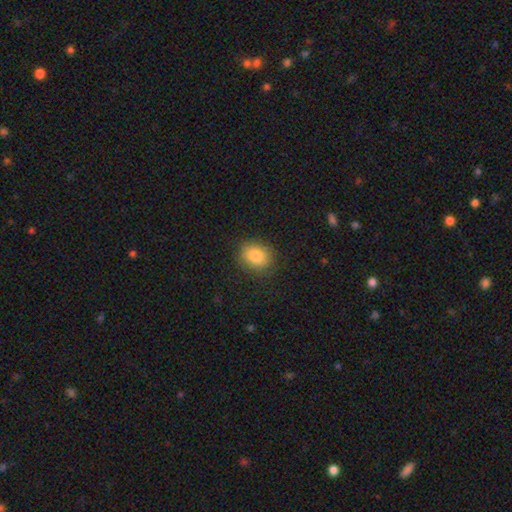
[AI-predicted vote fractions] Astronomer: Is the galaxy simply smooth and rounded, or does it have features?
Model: smooth — 83%.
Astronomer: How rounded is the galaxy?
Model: round — 51% (runner-up: in between, 48%).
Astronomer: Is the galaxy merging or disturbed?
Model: none — 86%.